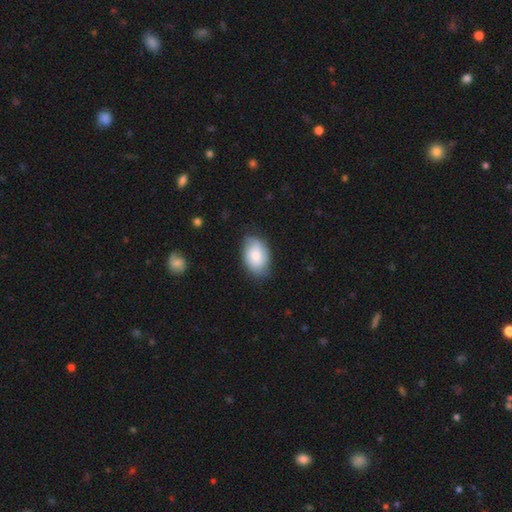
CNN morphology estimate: The model was most divided on "smooth or featured": smooth: 70%, featured or disk: 23%, star or artifact: 7%. More confident: how rounded — in between (88%); merging — none (71%).